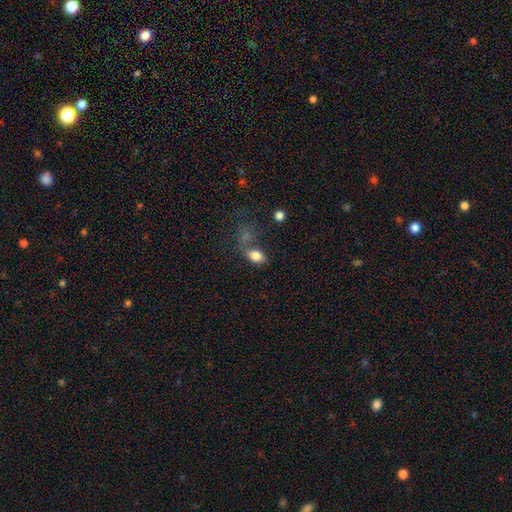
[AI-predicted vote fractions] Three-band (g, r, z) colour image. It shows a smooth galaxy with no disk features (83%) that is in between round and cigar-shaped (83%). Merging: none (55%).